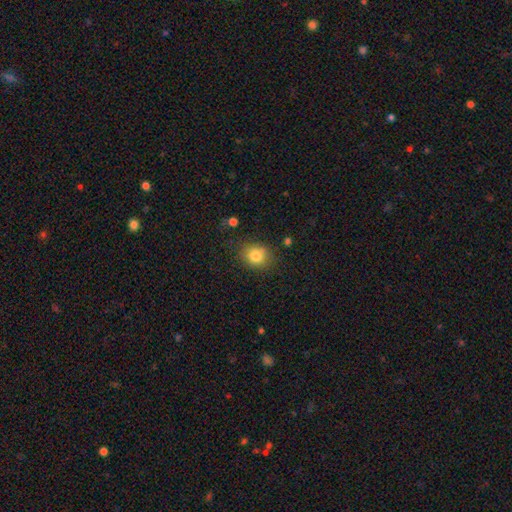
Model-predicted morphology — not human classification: smooth_or_featured: smooth (p=0.83) [alt: star or artifact p=0.10]
how_rounded: round (p=0.67) [alt: in between p=0.32]
merging: none (p=0.80) [alt: minor disturbance p=0.14]